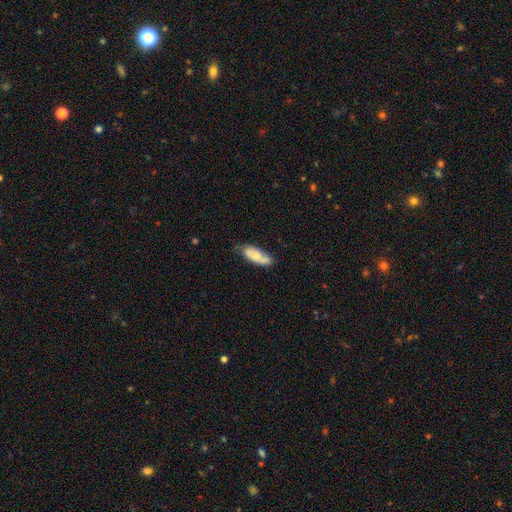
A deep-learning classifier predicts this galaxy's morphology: A smooth galaxy with no disk features (68%) that is in between round and cigar-shaped (72%). Merging: none (61%).